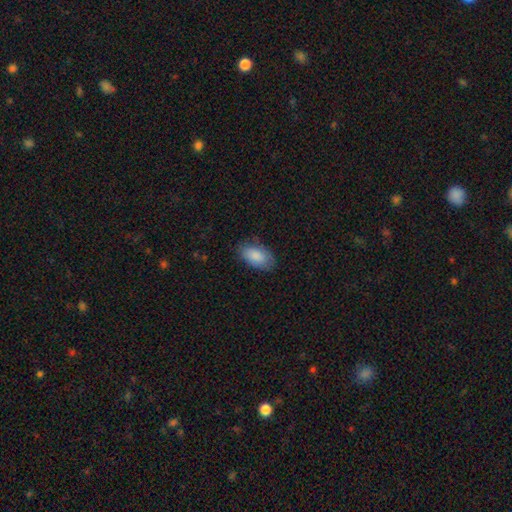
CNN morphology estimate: Smooth or featured? Predicted: smooth (p=0.85). How rounded? Predicted: in between (p=0.94). Merging? Predicted: none (p=0.76).